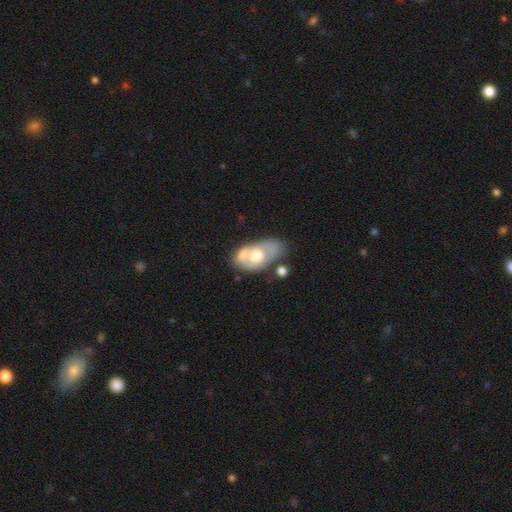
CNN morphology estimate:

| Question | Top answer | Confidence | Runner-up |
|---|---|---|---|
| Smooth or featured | featured or disk | 52% | smooth (41%) |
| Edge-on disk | no | 90% | yes (10%) |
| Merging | none | 41% | merger (27%) |